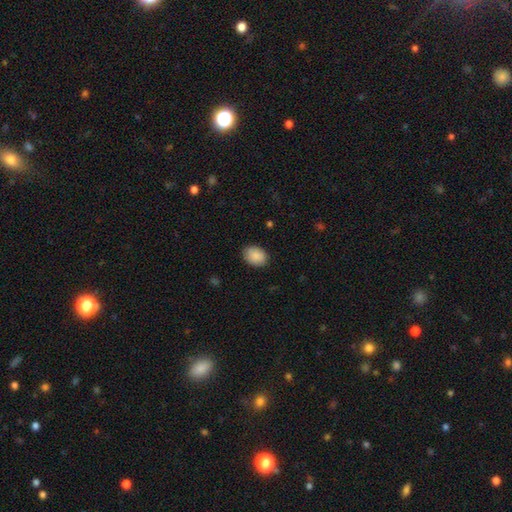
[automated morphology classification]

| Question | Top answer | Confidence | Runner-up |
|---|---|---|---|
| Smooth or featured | smooth | 90% | star or artifact (7%) |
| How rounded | in between | 72% | round (27%) |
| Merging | none | 85% | minor disturbance (12%) |